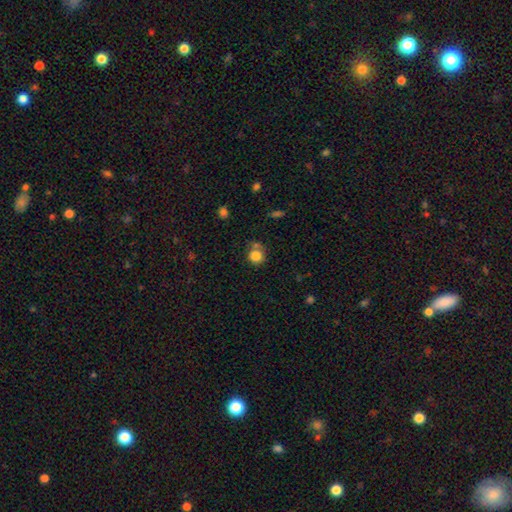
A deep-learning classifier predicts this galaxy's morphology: A smooth galaxy with no disk features (83%) that is round (87%). Merging: none (62%).